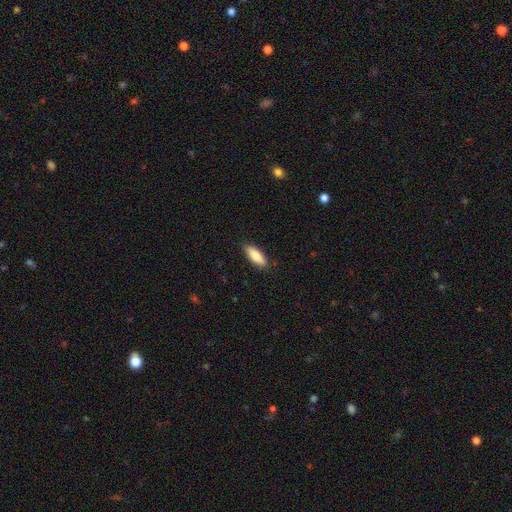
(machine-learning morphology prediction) Smooth or featured? smooth (81%)
How rounded? in between (60%)
Merging? none (88%)